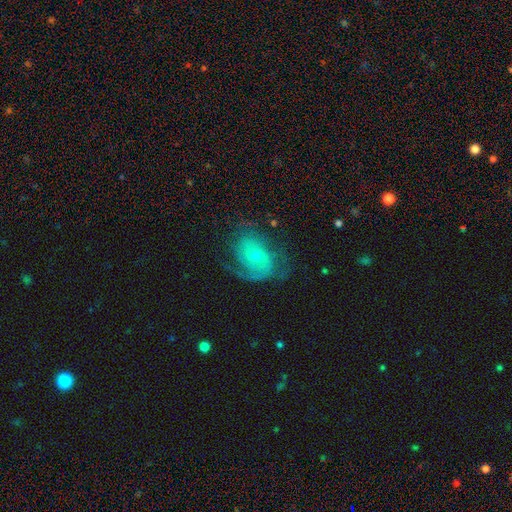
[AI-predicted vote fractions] The model was most divided on "spiral winding": medium: 45%, tight: 37%, loose: 19%. Remaining: edge-on disk — no (97%); spiral arms — yes (93%); smooth or featured — featured or disk (80%); bulge size — small (63%); merging — none (61%); bar — no (54%); spiral arm count — 2 (47%).